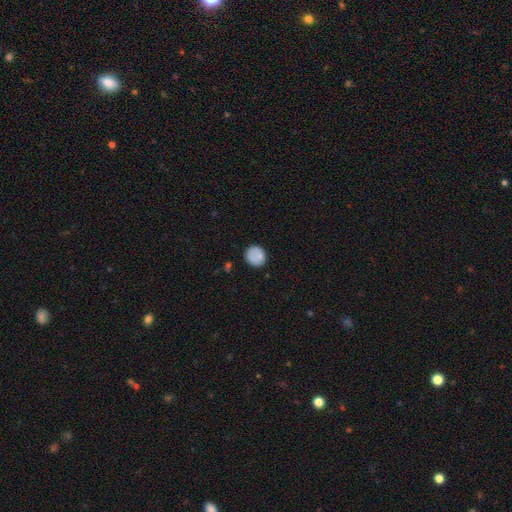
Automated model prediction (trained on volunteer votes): Smooth or featured: smooth — 80% (featured or disk — 11%)
How rounded: round — 82% (in between — 17%)
Merging: none — 78% (minor disturbance — 15%)